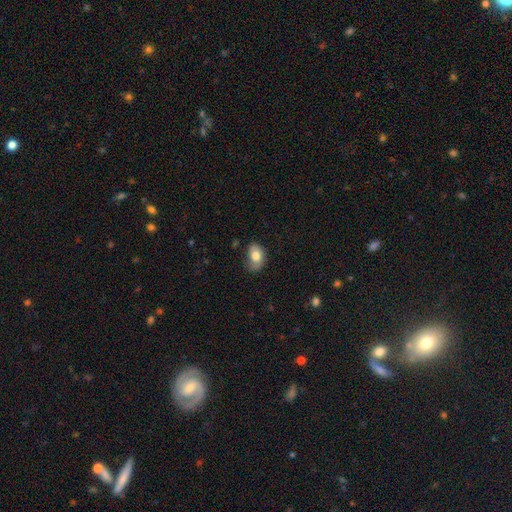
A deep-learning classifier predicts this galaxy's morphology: The model was most divided on "merging": none: 46%, minor disturbance: 37%, major disturbance: 15%, merger: 2%. More confident: how rounded — in between (78%); smooth or featured — smooth (75%).